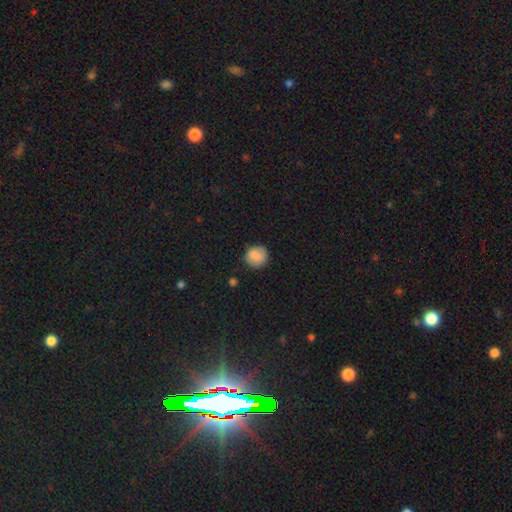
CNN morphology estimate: Smooth or featured? smooth (84%)
How rounded? round (88%)
Merging? none (82%)